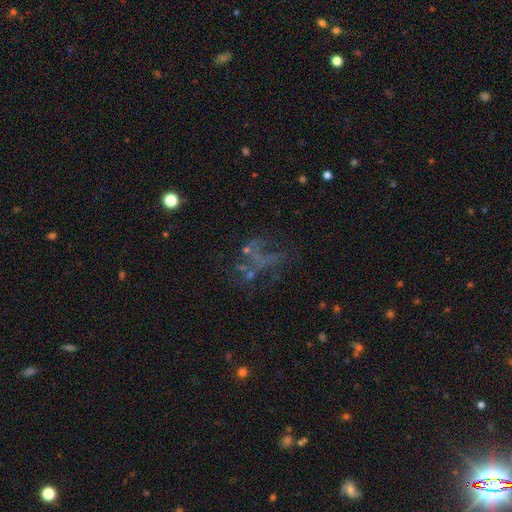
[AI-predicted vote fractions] Smooth or featured? featured or disk (47%)
Merging? none (40%)